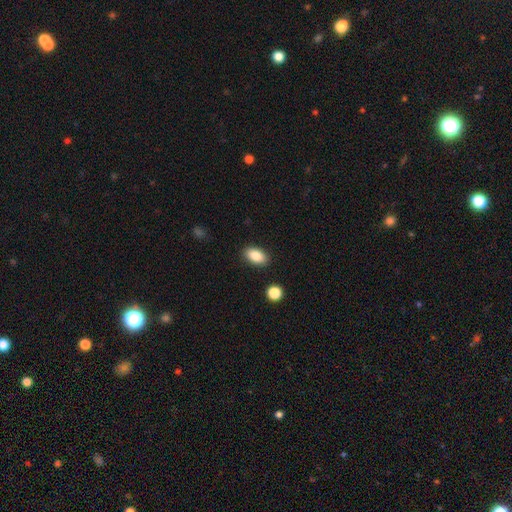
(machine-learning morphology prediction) Q: Smooth or featured?
A: smooth (87%); runner-up: star or artifact (8%)
Q: How rounded?
A: in between (92%); runner-up: round (6%)
Q: Merging?
A: none (88%); runner-up: minor disturbance (8%)